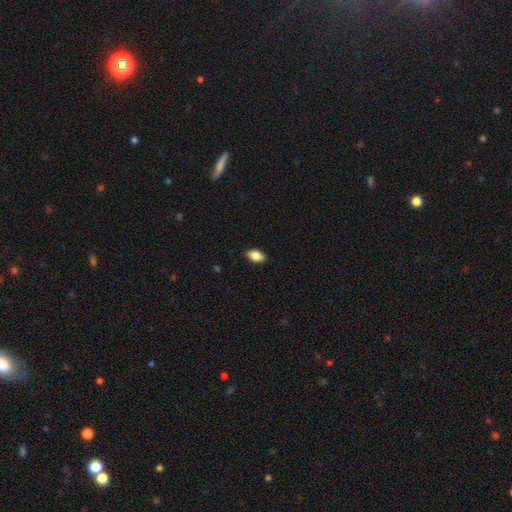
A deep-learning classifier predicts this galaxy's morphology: Smooth or featured: smooth — 85% (featured or disk — 8%)
How rounded: in between — 91% (round — 5%)
Merging: none — 88% (minor disturbance — 9%)